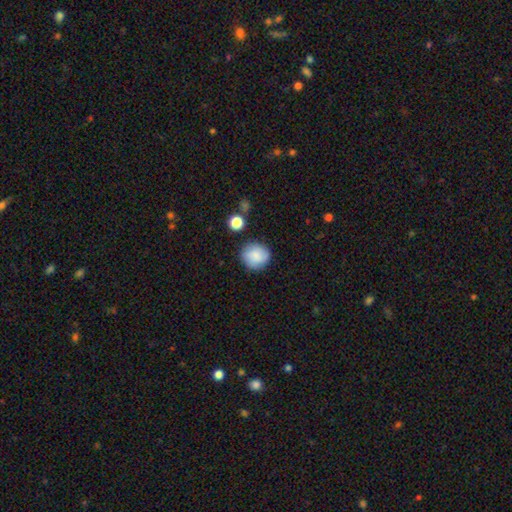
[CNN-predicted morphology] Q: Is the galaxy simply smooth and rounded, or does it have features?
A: smooth — 83%.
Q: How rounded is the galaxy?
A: round — 85%.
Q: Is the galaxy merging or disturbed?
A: none — 82%.